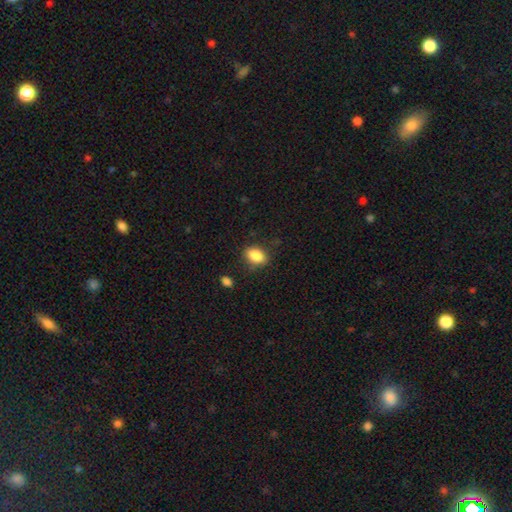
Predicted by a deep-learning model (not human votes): The model was most divided on "how rounded": in between: 79%, round: 19%, cigar-shaped: 2%. More confident: smooth or featured — smooth (86%); merging — none (80%).